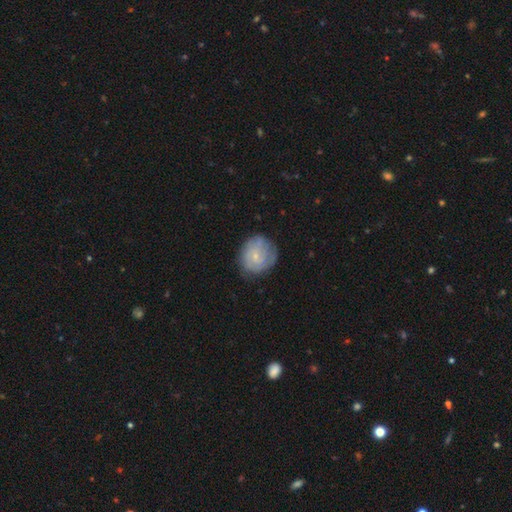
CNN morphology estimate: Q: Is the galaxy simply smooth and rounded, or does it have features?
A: smooth — 48%.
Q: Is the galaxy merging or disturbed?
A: none — 71%.